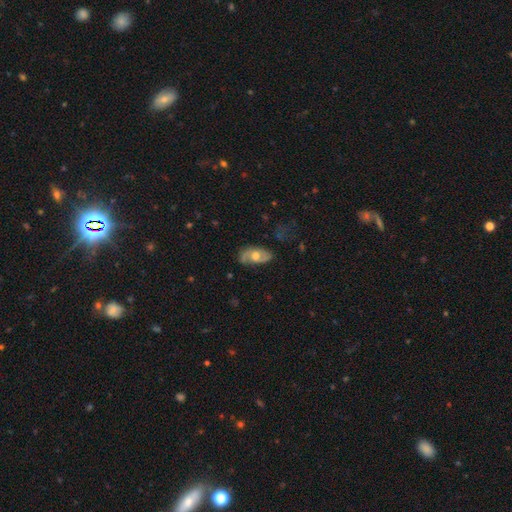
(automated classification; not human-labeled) Morphology: type=featured or disk (62%); edge-on=no (91%); bar=no (69%); spiral arms=yes (78%); bulge=moderate (68%); merging=none (69%).